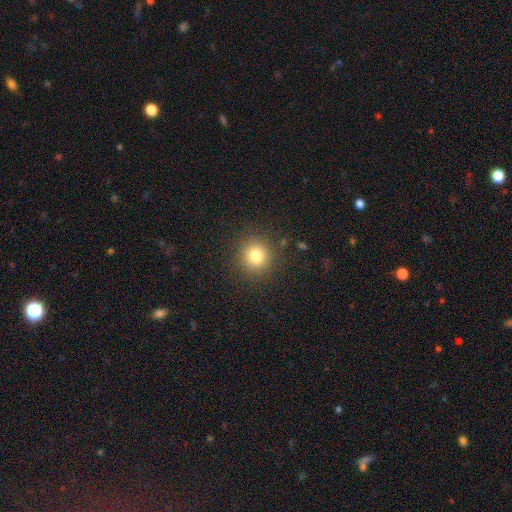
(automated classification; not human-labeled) smooth_or_featured: smooth (p=0.79) [alt: star or artifact p=0.13]
how_rounded: round (p=0.92) [alt: in between p=0.07]
merging: none (p=0.89) [alt: minor disturbance p=0.07]